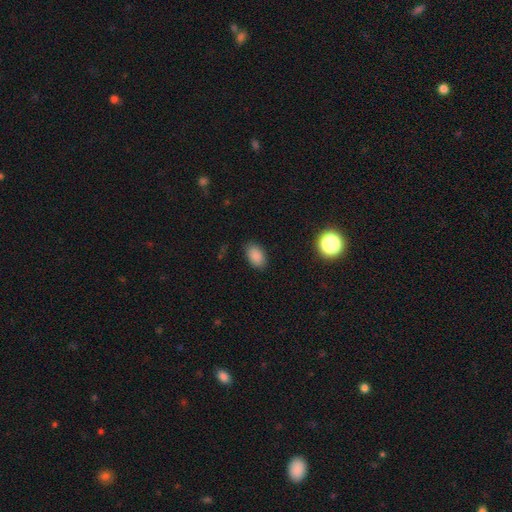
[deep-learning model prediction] Smooth or featured: smooth — 86% (star or artifact — 10%)
How rounded: in between — 89% (round — 10%)
Merging: none — 83% (minor disturbance — 13%)